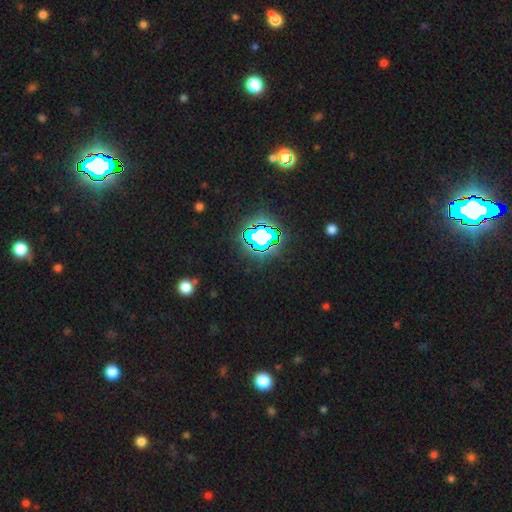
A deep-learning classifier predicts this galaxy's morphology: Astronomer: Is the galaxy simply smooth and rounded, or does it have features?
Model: star or artifact — 81%.